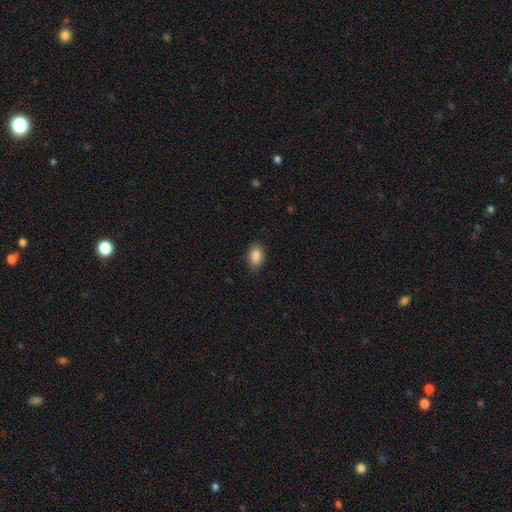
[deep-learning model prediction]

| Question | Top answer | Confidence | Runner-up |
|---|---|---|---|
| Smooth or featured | smooth | 88% | star or artifact (8%) |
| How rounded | in between | 84% | round (14%) |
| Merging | none | 85% | minor disturbance (11%) |